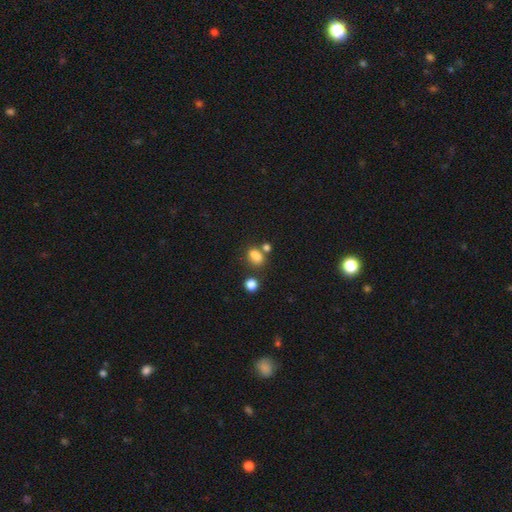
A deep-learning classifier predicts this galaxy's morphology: smooth_or_featured: smooth (p=0.77) [alt: star or artifact p=0.15]
how_rounded: in between (p=0.68) [alt: round p=0.30]
merging: none (p=0.48) [alt: merger p=0.31]